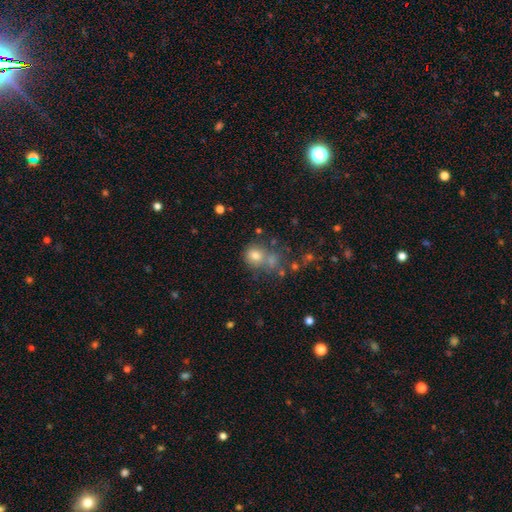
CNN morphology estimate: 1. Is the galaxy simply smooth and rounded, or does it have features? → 74% smooth, 15% star or artifact, 12% featured or disk.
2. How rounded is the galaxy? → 78% round, 21% in between, 1% cigar-shaped.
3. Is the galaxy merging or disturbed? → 51% none, 29% merger, 13% minor disturbance, 7% major disturbance.